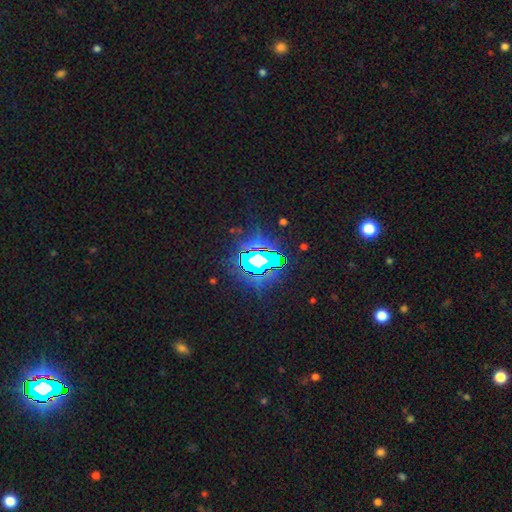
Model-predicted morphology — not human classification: This is likely a star or artifact rather than a galaxy (80%).